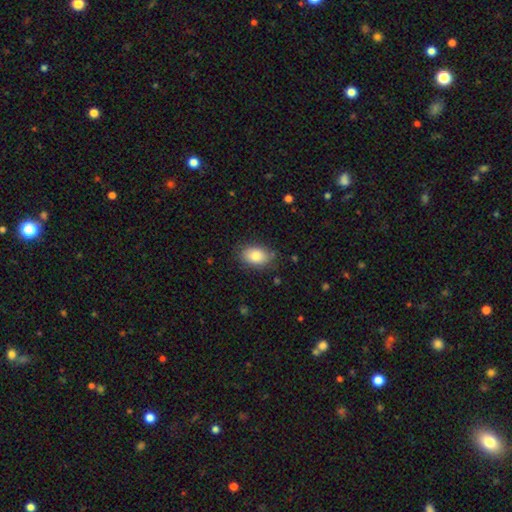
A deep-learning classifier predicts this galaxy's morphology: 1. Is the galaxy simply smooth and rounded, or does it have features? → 83% smooth, 9% featured or disk, 7% star or artifact.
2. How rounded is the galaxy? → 88% in between, 11% round, 1% cigar-shaped.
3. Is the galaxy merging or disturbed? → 79% none, 16% minor disturbance, 4% major disturbance, 1% merger.